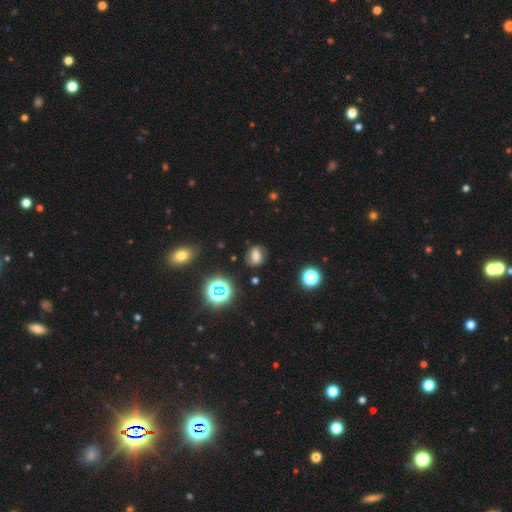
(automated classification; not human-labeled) This is possibly a smooth galaxy (48%). Merging: likely none (77%).